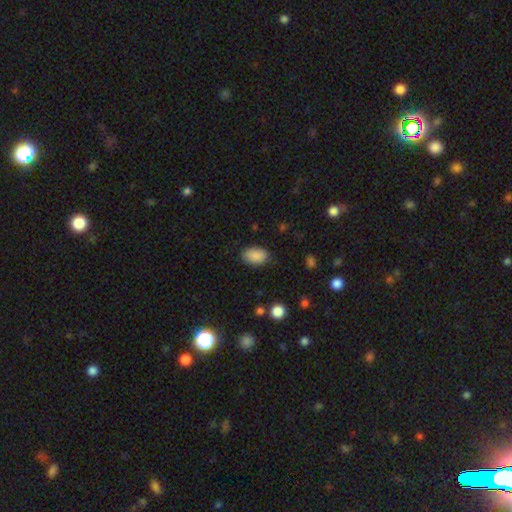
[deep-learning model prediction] Smooth or featured? Predicted: smooth (p=0.89). How rounded? Predicted: in between (p=0.89). Merging? Predicted: none (p=0.84).